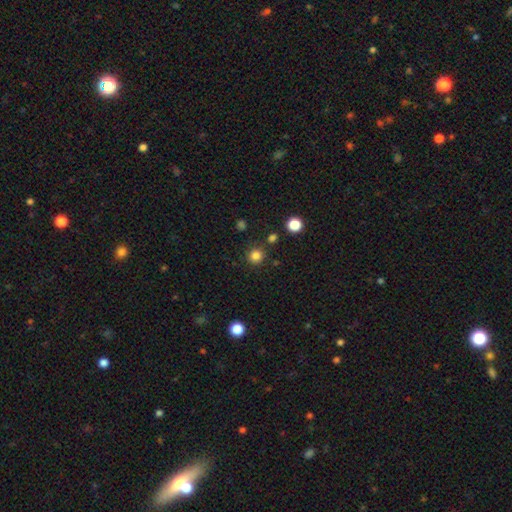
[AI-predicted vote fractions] Smooth or featured?
  - smooth: 82% *
  - star or artifact: 14%
  - featured or disk: 4%
How rounded?
  - round: 93% *
  - in between: 6%
  - cigar-shaped: 1%
Merging?
  - none: 86% *
  - minor disturbance: 8%
  - merger: 4%
  - major disturbance: 3%